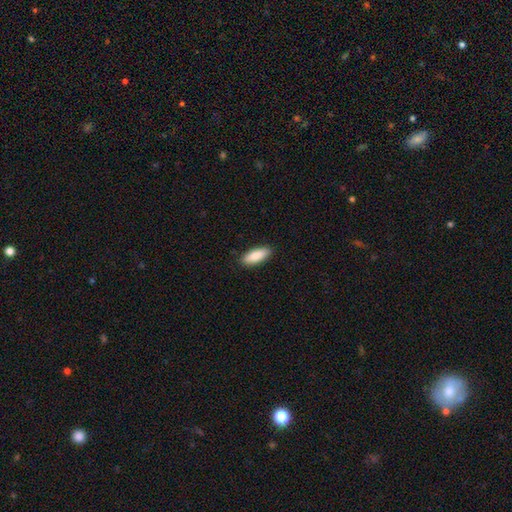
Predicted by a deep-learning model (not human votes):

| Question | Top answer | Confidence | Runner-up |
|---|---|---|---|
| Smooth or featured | smooth | 86% | featured or disk (8%) |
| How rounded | in between | 71% | cigar-shaped (27%) |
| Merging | none | 89% | minor disturbance (8%) |